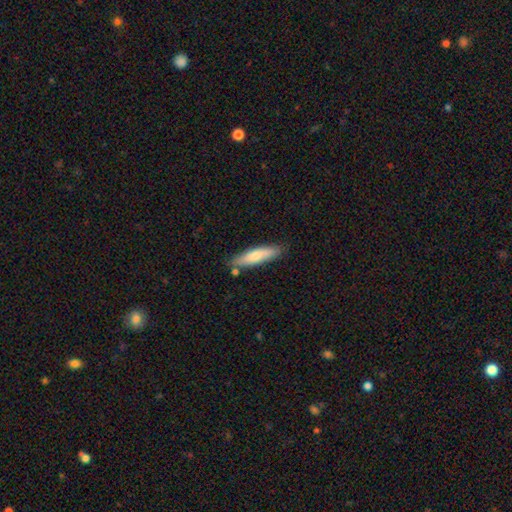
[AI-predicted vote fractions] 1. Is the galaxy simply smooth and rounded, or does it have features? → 71% smooth, 23% featured or disk, 6% star or artifact.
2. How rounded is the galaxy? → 74% cigar-shaped, 25% in between, 2% round.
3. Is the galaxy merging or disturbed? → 78% none, 14% minor disturbance, 6% merger, 2% major disturbance.